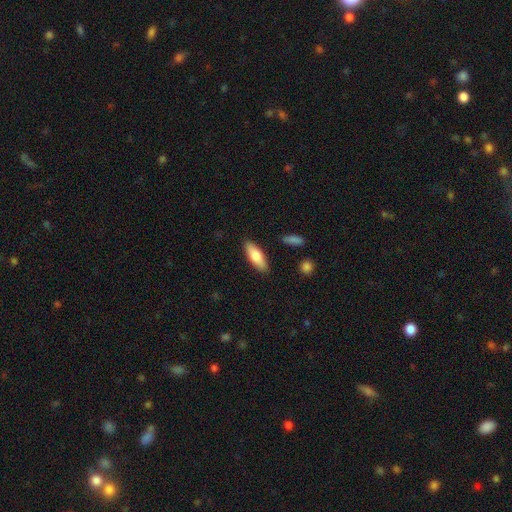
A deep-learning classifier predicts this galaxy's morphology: Overall: smooth (76%). How rounded: in between (66%; cigar-shaped 32%). Merging: none (87%).